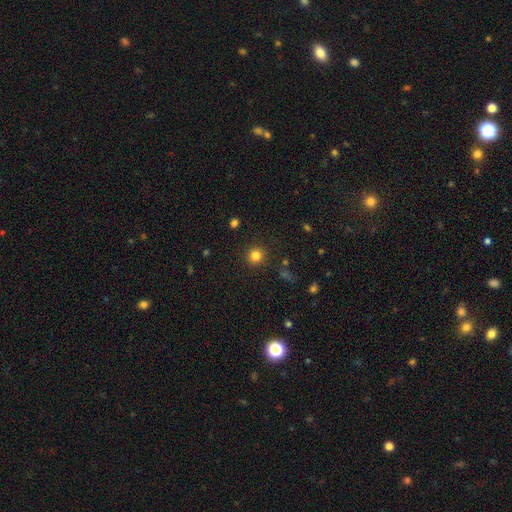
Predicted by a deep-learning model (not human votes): Smooth or featured: smooth — 82% (star or artifact — 13%)
How rounded: round — 93% (in between — 6%)
Merging: none — 91% (minor disturbance — 6%)